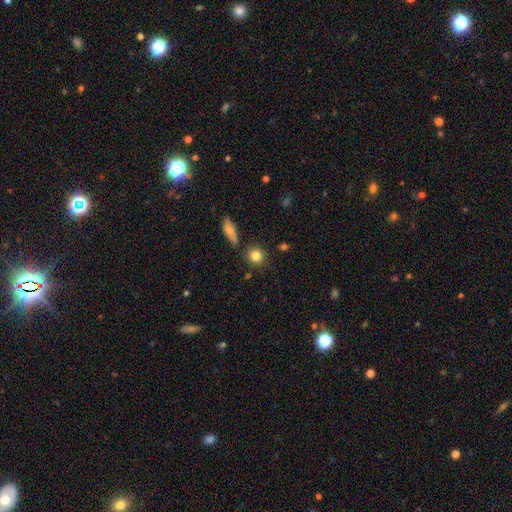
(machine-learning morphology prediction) This is clearly a smooth galaxy (83%). How rounded: clearly round (82%). Merging: clearly none (82%).